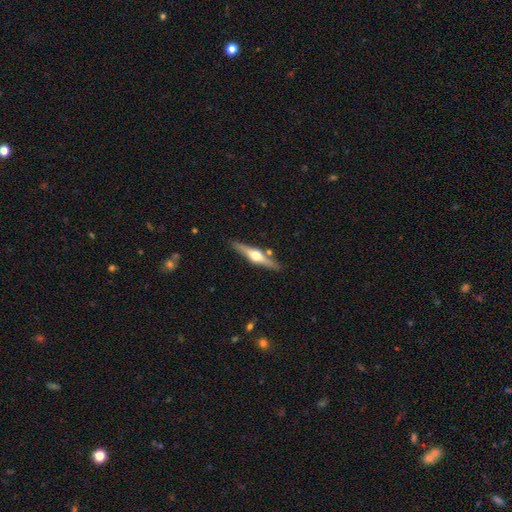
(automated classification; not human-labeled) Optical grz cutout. It shows a featured or disk galaxy (71%) viewed edge-on (97%) with a rounded central bulge (95%). Merging: none (86%).